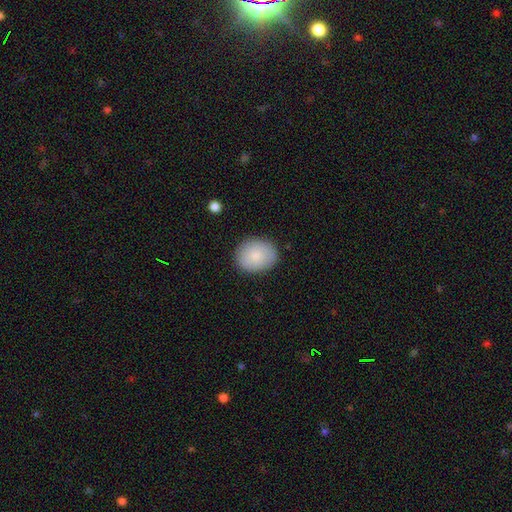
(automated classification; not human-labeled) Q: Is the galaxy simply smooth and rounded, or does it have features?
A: smooth — 84%.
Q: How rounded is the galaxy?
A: round — 54%.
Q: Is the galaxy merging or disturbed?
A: none — 86%.